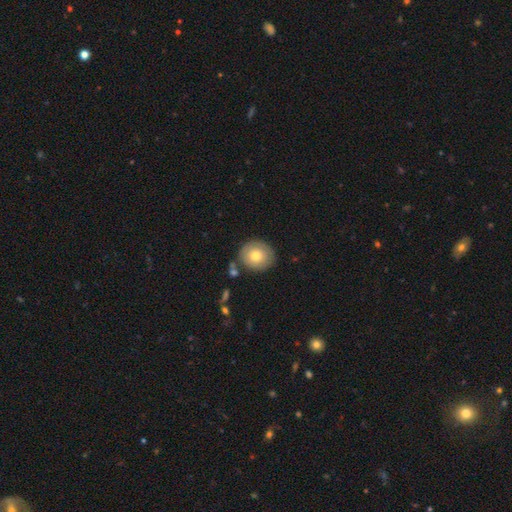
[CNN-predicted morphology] smooth 74%, featured or disk 18%, star or artifact 8%. Down the decision tree: how rounded — round (84%); merging — none (81%).